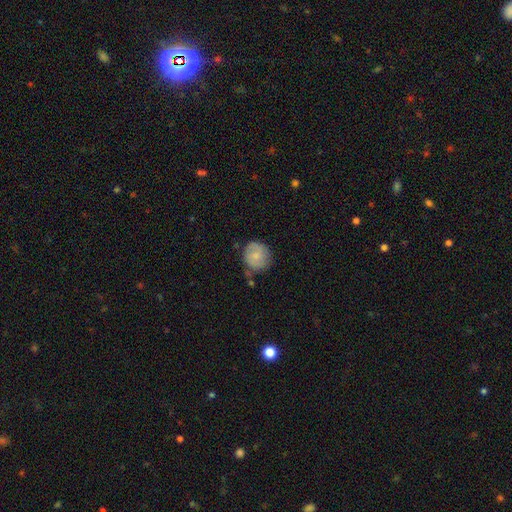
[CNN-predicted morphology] Overall: smooth (67%). How rounded: round (88%). Merging: none (72%).